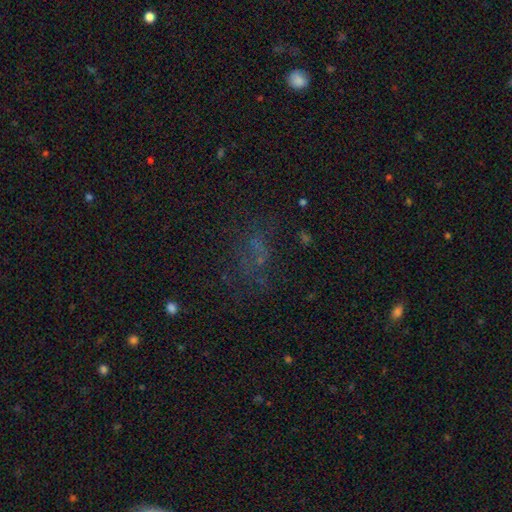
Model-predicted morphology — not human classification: star or artifact 39%, smooth 36%, featured or disk 24%.